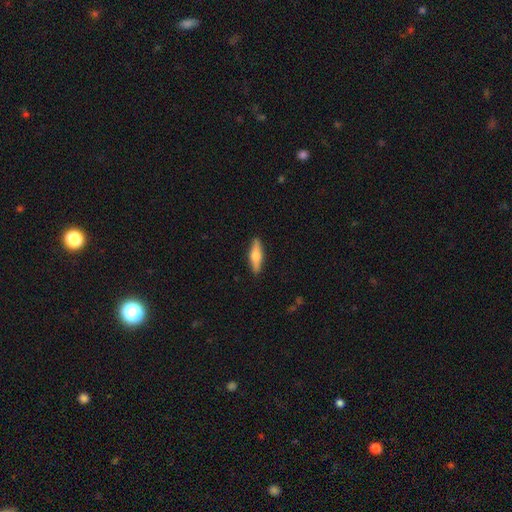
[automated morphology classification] Smooth or featured? Predicted: smooth (p=0.52). How rounded? Predicted: cigar-shaped (p=0.62). Merging? Predicted: none (p=0.89).